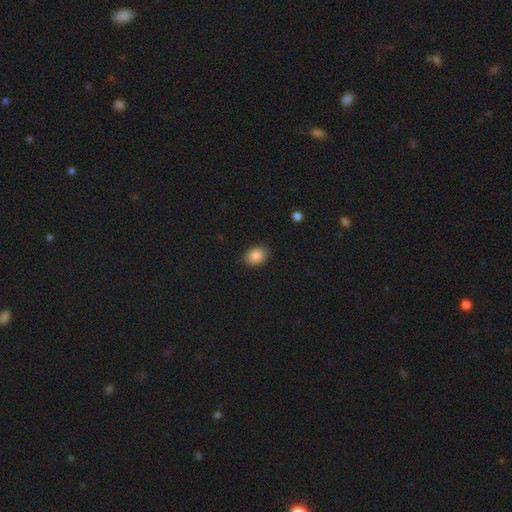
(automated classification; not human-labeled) smooth 86%, star or artifact 9%, featured or disk 5%. Down the decision tree: how rounded — in between (70%); merging — none (88%).